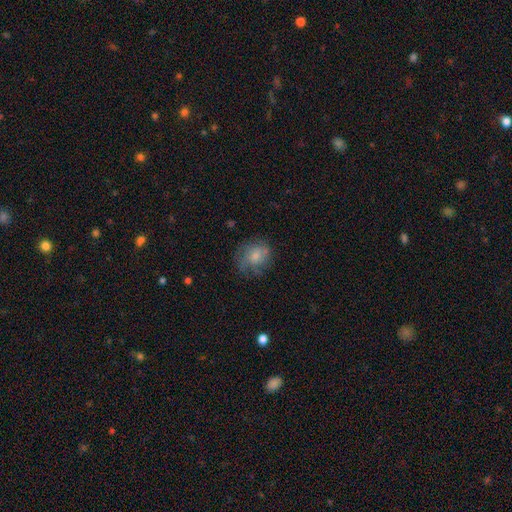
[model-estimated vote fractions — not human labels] Smooth or featured?
  - smooth: 55% *
  - featured or disk: 36%
  - star or artifact: 9%
How rounded?
  - round: 67% *
  - in between: 32%
  - cigar-shaped: 1%
Merging?
  - none: 59% *
  - minor disturbance: 24%
  - major disturbance: 15%
  - merger: 2%